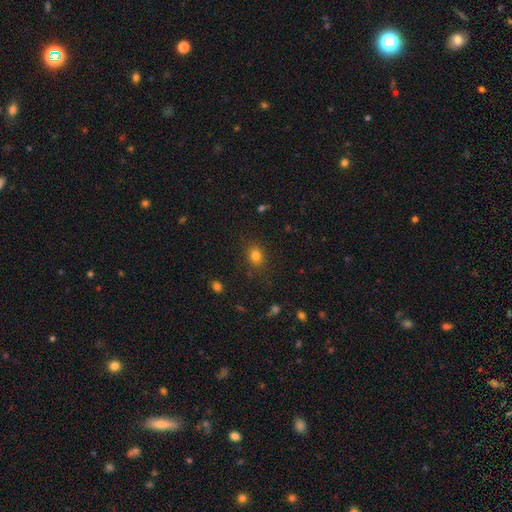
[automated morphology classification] The model was most divided on "how rounded": round: 59%, in between: 40%, cigar-shaped: 1%. More confident: merging — none (85%); smooth or featured — smooth (80%).